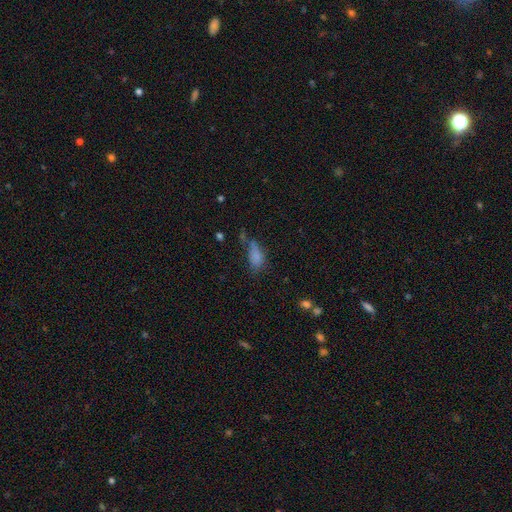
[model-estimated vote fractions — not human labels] smooth-or-featured: smooth: 75% | star or artifact: 13% | featured or disk: 11%
  how-rounded: in between: 86% | cigar-shaped: 9% | round: 5%
  merging: none: 36% | minor disturbance: 27% | major disturbance: 22% | merger: 14%